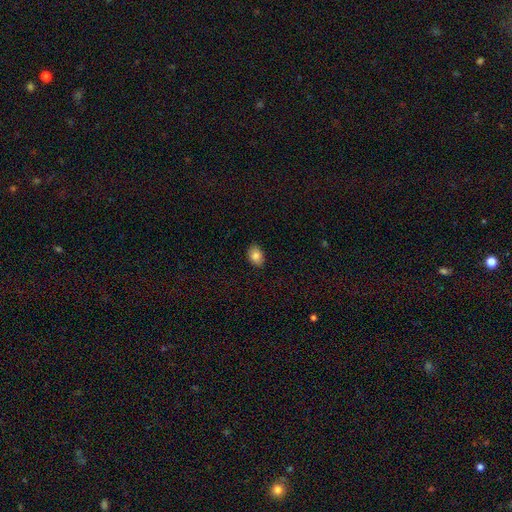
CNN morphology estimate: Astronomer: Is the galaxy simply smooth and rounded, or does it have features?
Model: smooth — 84%.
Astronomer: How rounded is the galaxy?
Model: in between — 79%.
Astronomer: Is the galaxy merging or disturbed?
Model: none — 87%.